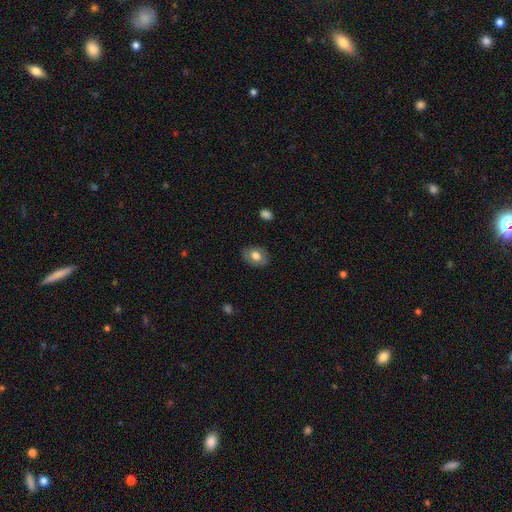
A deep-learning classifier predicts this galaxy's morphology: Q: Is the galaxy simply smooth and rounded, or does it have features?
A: smooth — 70%.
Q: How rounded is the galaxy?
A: in between — 73%.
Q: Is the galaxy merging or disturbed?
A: none — 82%.